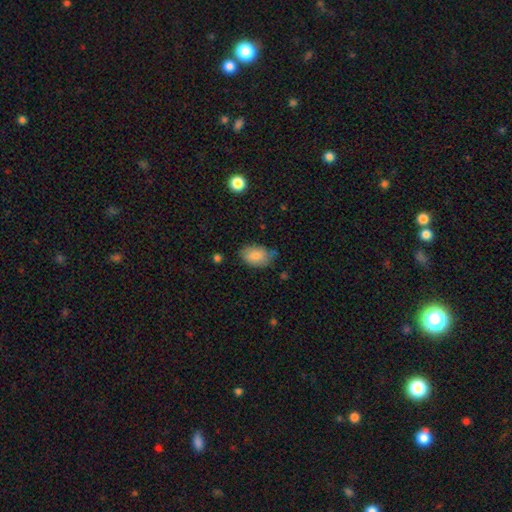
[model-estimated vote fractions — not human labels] Smooth or featured? smooth (82%)
How rounded? in between (88%)
Merging? none (63%)